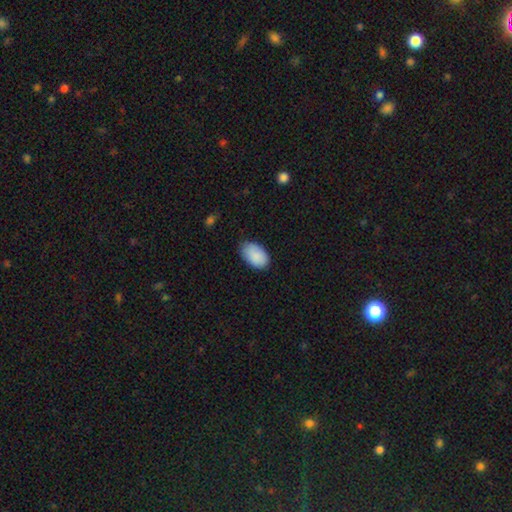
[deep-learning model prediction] A smooth galaxy with no disk features (89%) that is in between round and cigar-shaped (94%). Merging: none (75%).